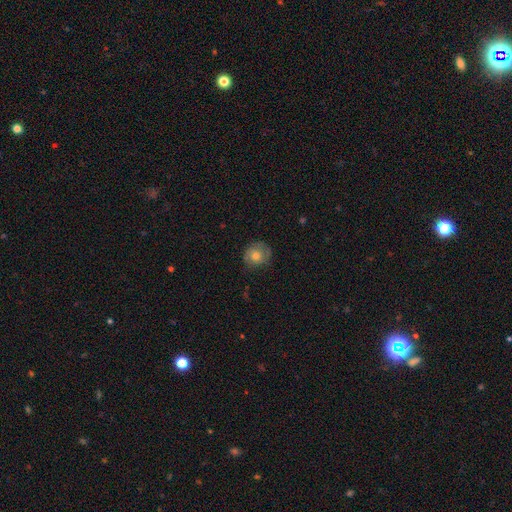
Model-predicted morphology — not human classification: smooth 64%, featured or disk 28%, star or artifact 9%. Down the decision tree: how rounded — round (79%); merging — none (71%).